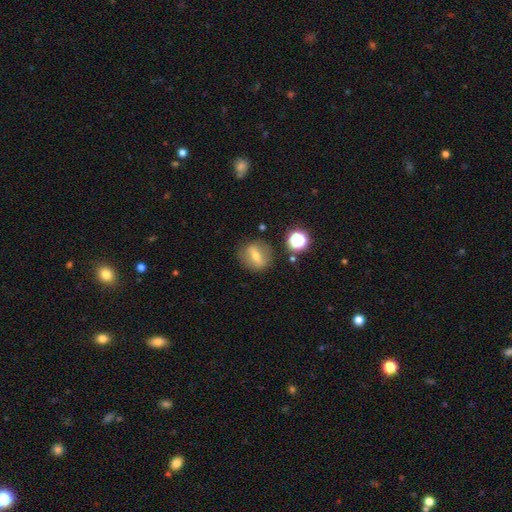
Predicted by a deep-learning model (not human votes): Morphology: type=featured or disk (46%); merging=none (81%).